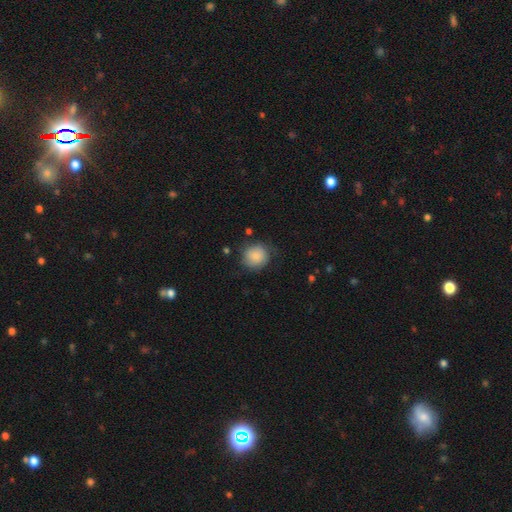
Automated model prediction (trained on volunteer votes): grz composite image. It shows a smooth galaxy with no disk features (81%) that is round (88%). Merging: none (70%).